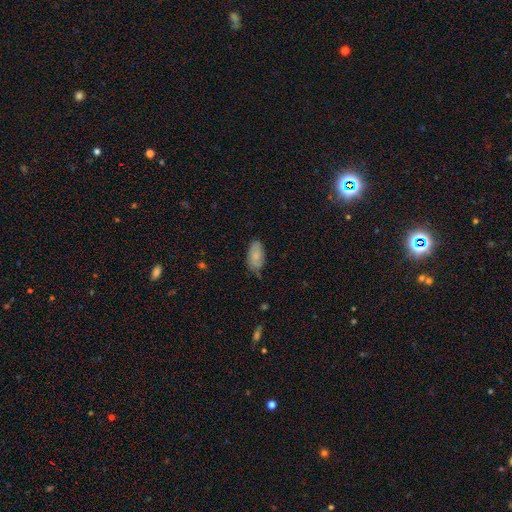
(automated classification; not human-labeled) Smooth or featured? smooth (74%)
How rounded? in between (94%)
Merging? none (67%)